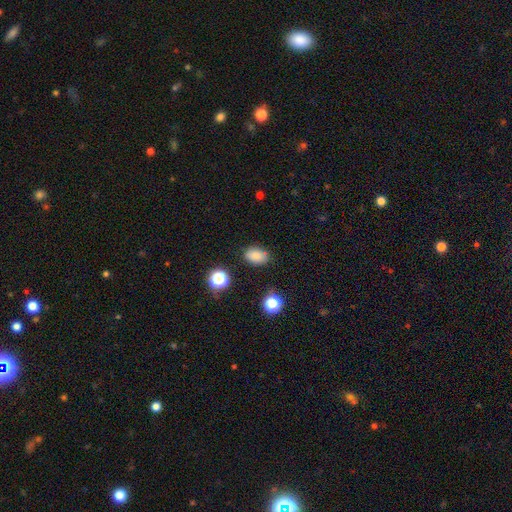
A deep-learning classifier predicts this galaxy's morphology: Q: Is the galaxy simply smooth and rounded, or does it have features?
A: smooth — 82%.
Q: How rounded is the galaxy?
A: in between — 77%.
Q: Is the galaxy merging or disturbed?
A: none — 81%.